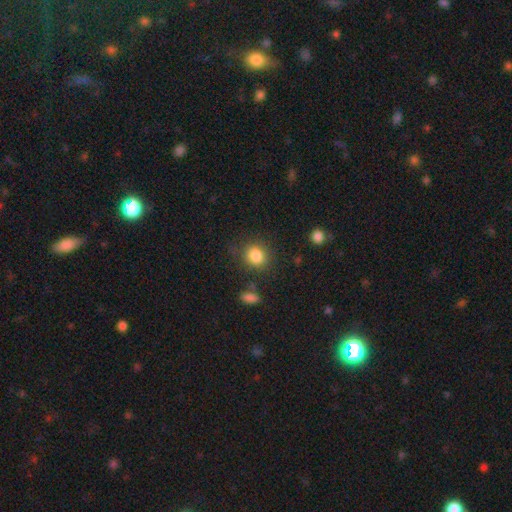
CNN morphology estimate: Smooth or featured?
  - smooth: 85% *
  - star or artifact: 10%
  - featured or disk: 5%
How rounded?
  - round: 74% *
  - in between: 25%
  - cigar-shaped: 1%
Merging?
  - none: 80% *
  - minor disturbance: 12%
  - major disturbance: 5%
  - merger: 3%